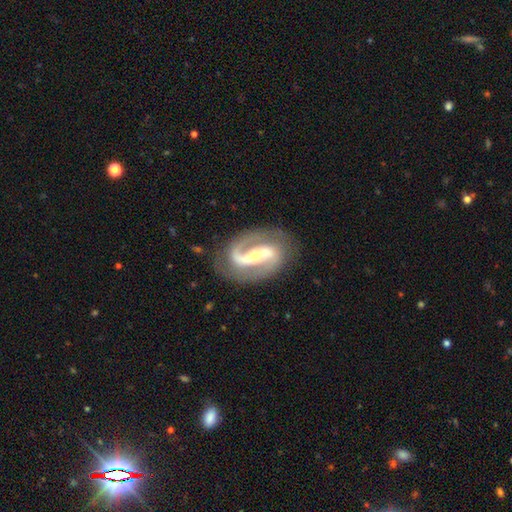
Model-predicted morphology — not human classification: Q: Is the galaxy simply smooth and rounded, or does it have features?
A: featured or disk — 91%.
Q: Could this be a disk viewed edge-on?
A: no — 97%.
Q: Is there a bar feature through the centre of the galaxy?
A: strong — 62%.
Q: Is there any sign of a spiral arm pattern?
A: yes — 97%.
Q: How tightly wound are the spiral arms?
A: medium — 54%.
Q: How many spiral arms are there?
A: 2 — 91%.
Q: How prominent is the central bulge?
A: moderate — 50%.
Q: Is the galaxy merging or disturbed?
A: none — 80%.